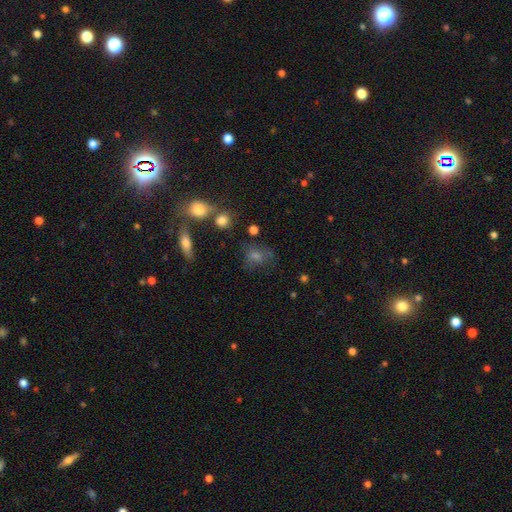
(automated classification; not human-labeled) Overall: smooth (50%; star or artifact 29%). Merging: none (60%).